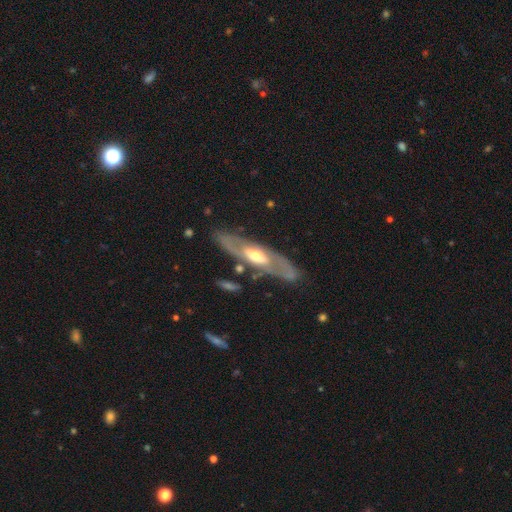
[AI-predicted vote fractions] Morphology: type=featured or disk (75%); edge-on=no (70%); bar=no (53%); spiral arms=yes (58%); bulge=moderate (67%); merging=none (79%).